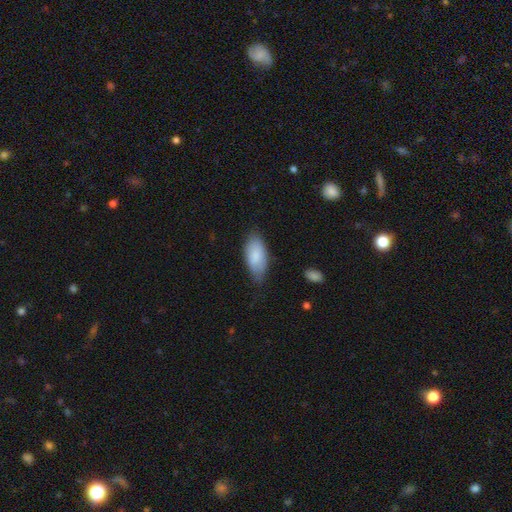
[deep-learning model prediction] smooth_or_featured: smooth (p=0.84) [alt: featured or disk p=0.10]
how_rounded: in between (p=0.91) [alt: cigar-shaped p=0.07]
merging: none (p=0.69) [alt: minor disturbance p=0.25]